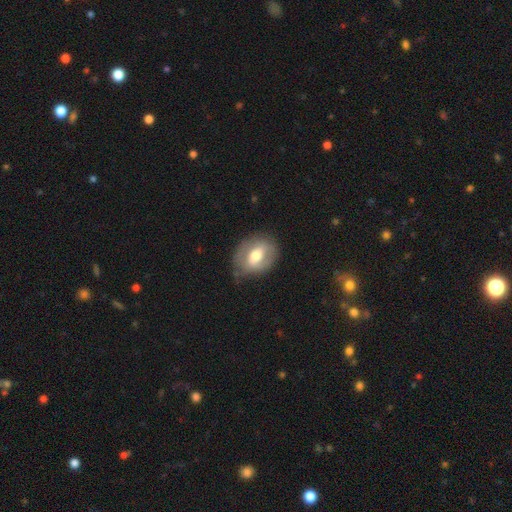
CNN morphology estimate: A featured or disk galaxy (47%, tied with smooth).

Vote fractions:
- Smooth or featured? featured or disk: 47% (tied) / smooth: 47% (tied) / star or artifact: 7%
- Merging? none: 67% / minor disturbance: 23% / major disturbance: 8% / merger: 2%